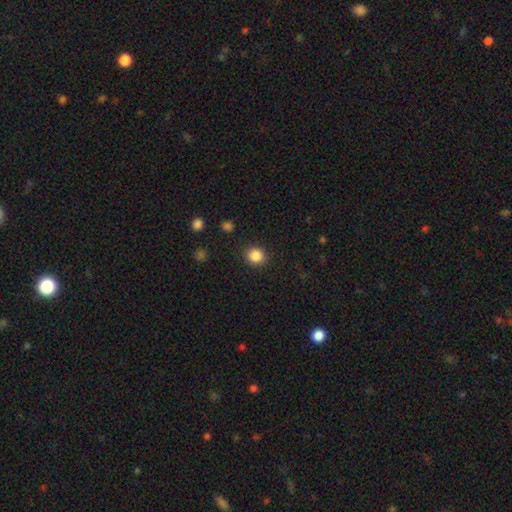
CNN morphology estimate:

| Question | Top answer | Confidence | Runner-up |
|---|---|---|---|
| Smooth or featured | smooth | 86% | star or artifact (10%) |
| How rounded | round | 85% | in between (14%) |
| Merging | none | 90% | minor disturbance (6%) |